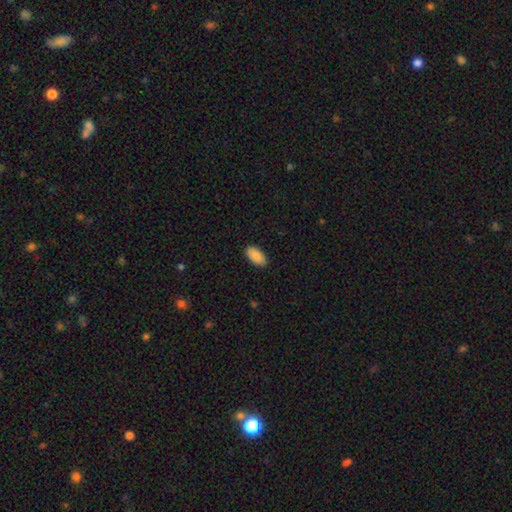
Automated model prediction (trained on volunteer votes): smooth 89%, star or artifact 6%, featured or disk 4%. Down the decision tree: how rounded — in between (95%); merging — none (89%).